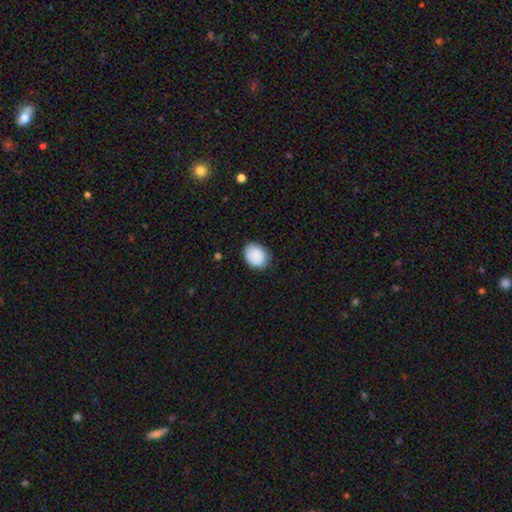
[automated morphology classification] The model was most divided on "how rounded": in between: 58%, round: 41%, cigar-shaped: 1%. More confident: smooth or featured — smooth (89%); merging — none (80%).